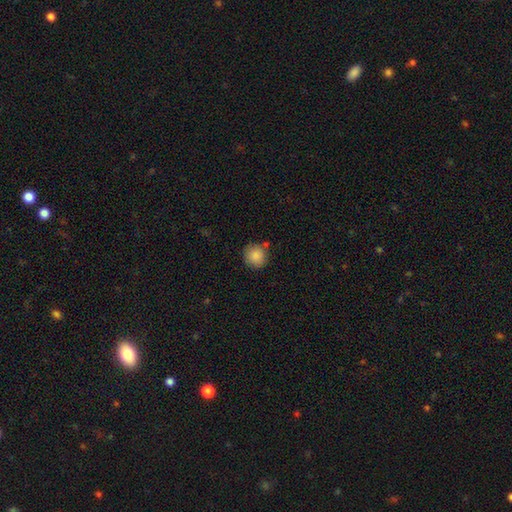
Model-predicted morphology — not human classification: smooth-or-featured: smooth: 87% | star or artifact: 8% | featured or disk: 5%
  how-rounded: round: 91% | in between: 8% | cigar-shaped: 1%
  merging: none: 78% | minor disturbance: 13% | merger: 6% | major disturbance: 3%